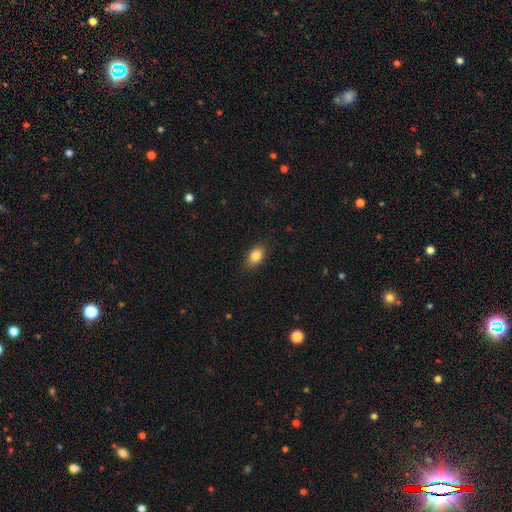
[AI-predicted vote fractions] A smooth galaxy with no disk features (83%) that is in between round and cigar-shaped (85%).

Vote fractions:
- Smooth or featured? smooth: 83% / featured or disk: 9% / star or artifact: 8%
- How rounded? in between: 85% / round: 12% / cigar-shaped: 4%
- Merging? none: 86% / minor disturbance: 11% / major disturbance: 2% / merger: 1%